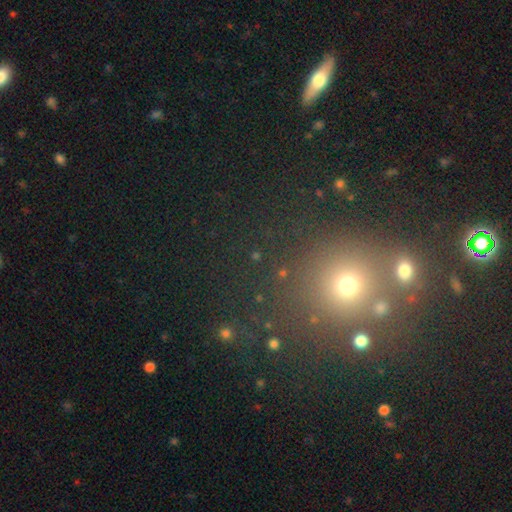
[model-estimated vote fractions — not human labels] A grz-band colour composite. It shows a star or artifact, not a galaxy (47%).